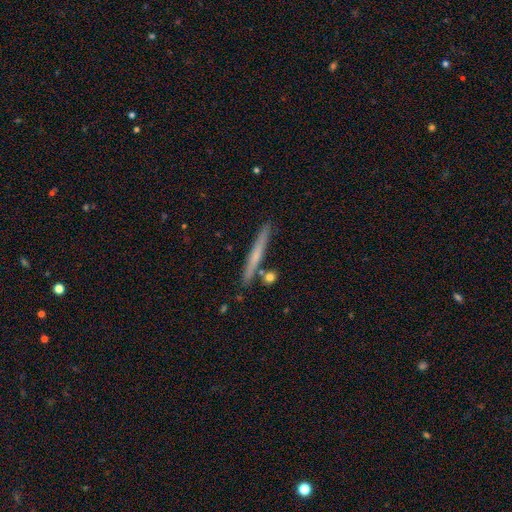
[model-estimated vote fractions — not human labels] Q: Smooth or featured?
A: smooth (51%); runner-up: featured or disk (43%)
Q: How rounded?
A: cigar-shaped (96%); runner-up: in between (2%)
Q: Merging?
A: none (86%); runner-up: minor disturbance (8%)